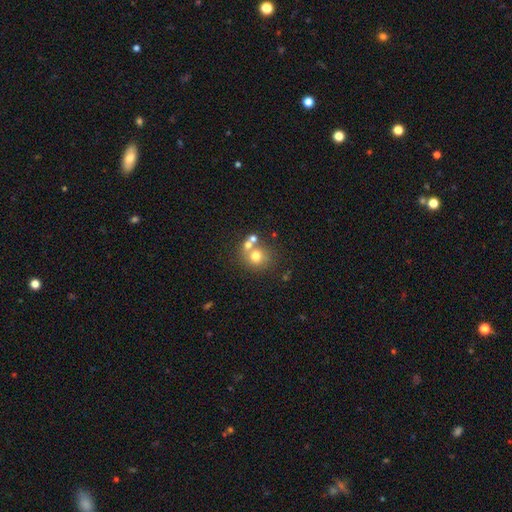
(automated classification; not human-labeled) The model was most divided on "merging": none: 52%, merger: 35%, minor disturbance: 9%, major disturbance: 4%. More confident: how rounded — round (83%); smooth or featured — smooth (68%).